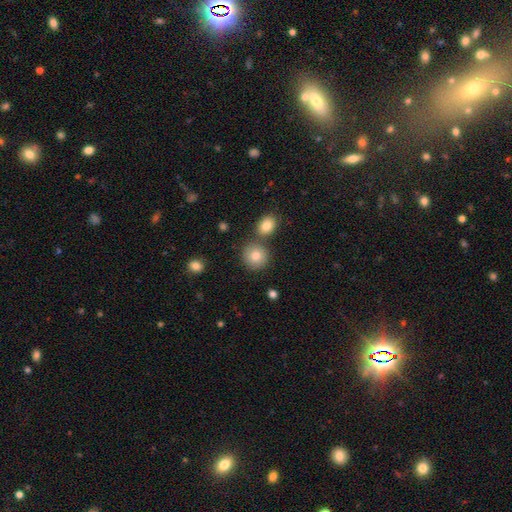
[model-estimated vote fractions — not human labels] This is clearly a smooth galaxy (82%). How rounded: clearly round (88%). Merging: likely none (72%).